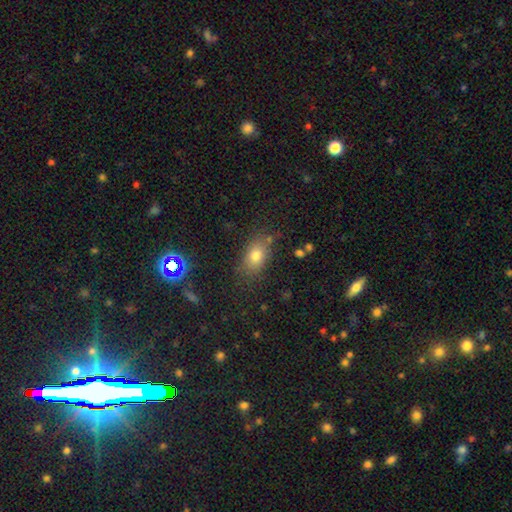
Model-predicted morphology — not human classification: This is likely a smooth galaxy (74%). How rounded: likely in between (77%). Merging: likely none (77%).